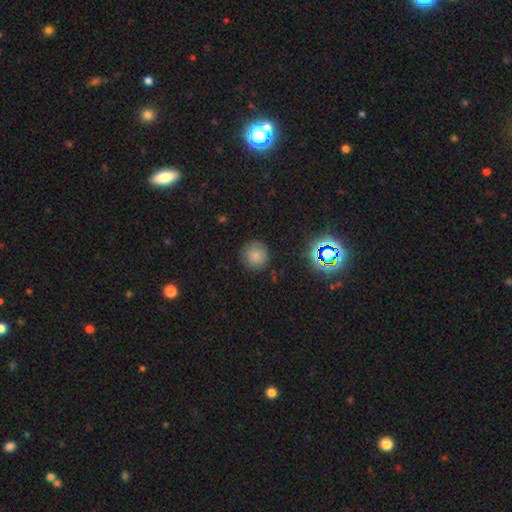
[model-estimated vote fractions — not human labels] A smooth galaxy with no disk features (76%) that is round (93%). Merging: none (84%).